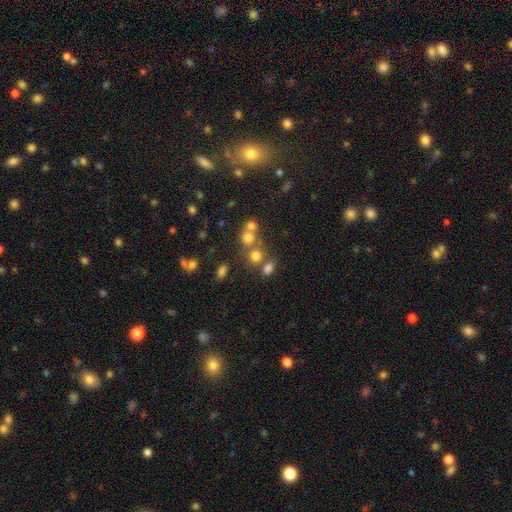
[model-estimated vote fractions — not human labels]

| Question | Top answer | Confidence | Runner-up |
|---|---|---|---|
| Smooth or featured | smooth | 57% | star or artifact (28%) |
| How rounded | round | 78% | in between (20%) |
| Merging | none | 53% | merger (34%) |